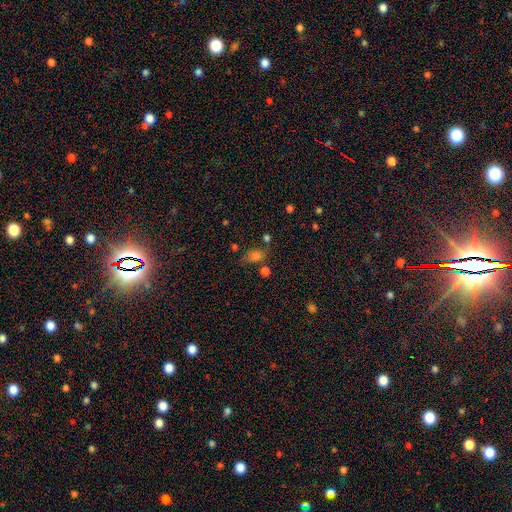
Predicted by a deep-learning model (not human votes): Smooth or featured? smooth (66%)
How rounded? in between (76%)
Merging? none (57%)